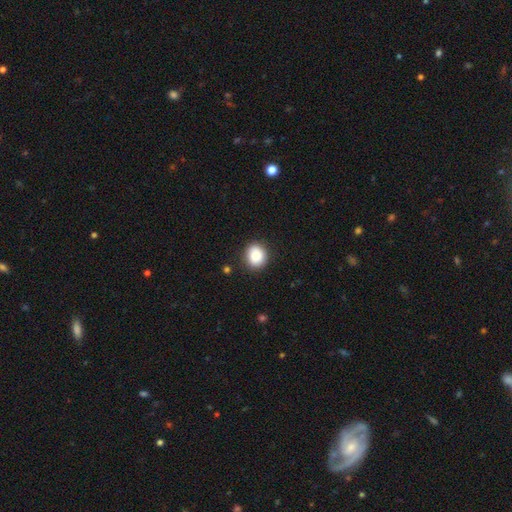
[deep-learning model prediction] The model was most divided on "how rounded": round: 78%, in between: 21%, cigar-shaped: 1%. More confident: merging — none (87%); smooth or featured — smooth (83%).